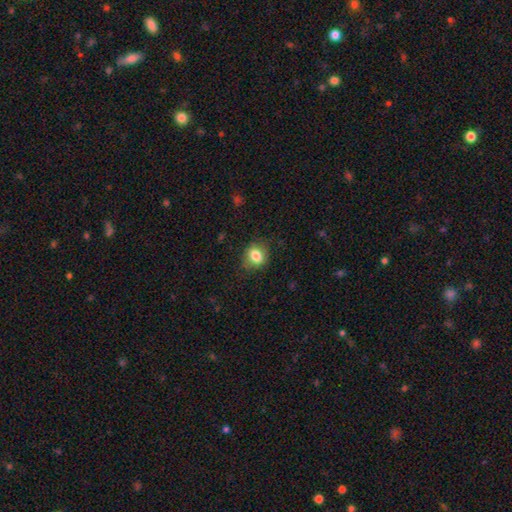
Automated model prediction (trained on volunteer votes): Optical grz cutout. It shows a smooth galaxy with no disk features (82%) that is round (54%). Merging: none (77%).